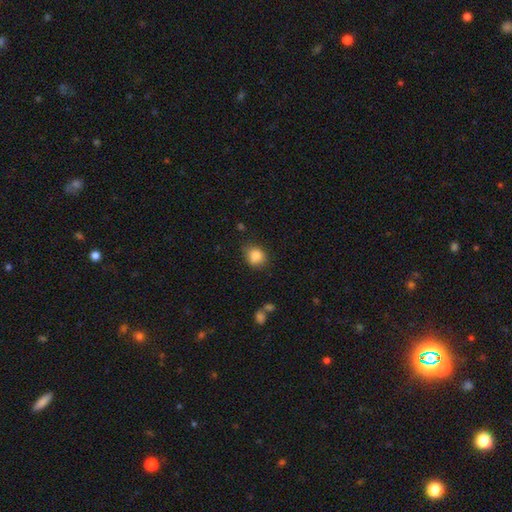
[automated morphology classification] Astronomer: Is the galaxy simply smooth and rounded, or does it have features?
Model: smooth — 84%.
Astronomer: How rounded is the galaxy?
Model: round — 68%.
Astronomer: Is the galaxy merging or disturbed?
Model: none — 73%.